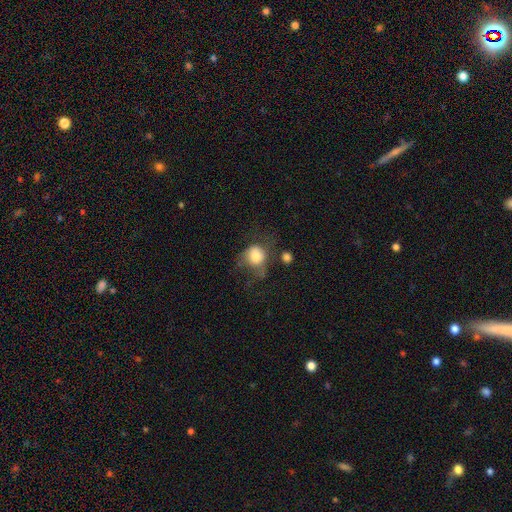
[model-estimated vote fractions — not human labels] This is likely a smooth galaxy (71%). How rounded: likely round (68%). Merging: marginally none (35%).